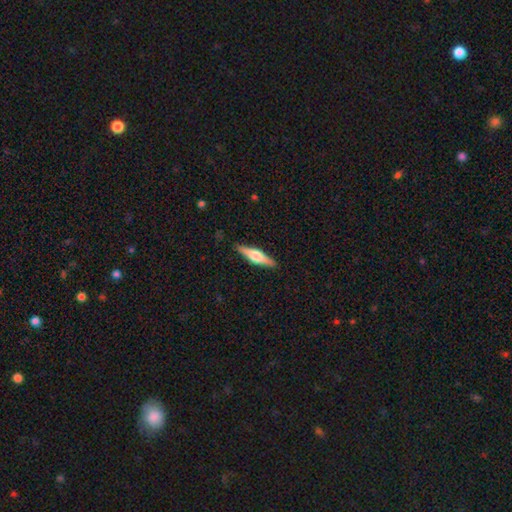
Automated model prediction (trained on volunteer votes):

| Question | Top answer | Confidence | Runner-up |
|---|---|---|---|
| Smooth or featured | featured or disk | 65% | smooth (29%) |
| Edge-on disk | yes | 97% | no (3%) |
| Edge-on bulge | rounded | 88% | boxy (10%) |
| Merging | none | 90% | minor disturbance (8%) |